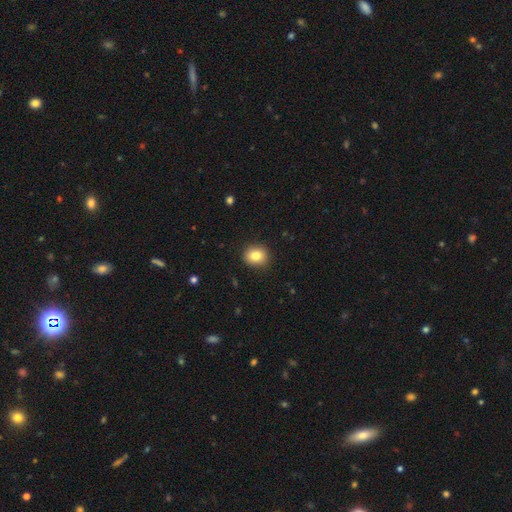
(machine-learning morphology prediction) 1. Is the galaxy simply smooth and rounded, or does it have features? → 83% smooth, 10% star or artifact, 8% featured or disk.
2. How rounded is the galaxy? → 76% round, 23% in between, 1% cigar-shaped.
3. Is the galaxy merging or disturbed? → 89% none, 8% minor disturbance, 2% major disturbance, 1% merger.